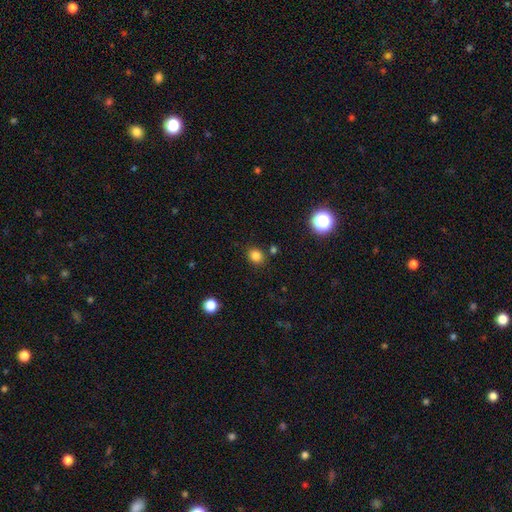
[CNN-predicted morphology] This appears to be a smooth galaxy with no disk features (81%) that is round (67%). Merging: none (82%).